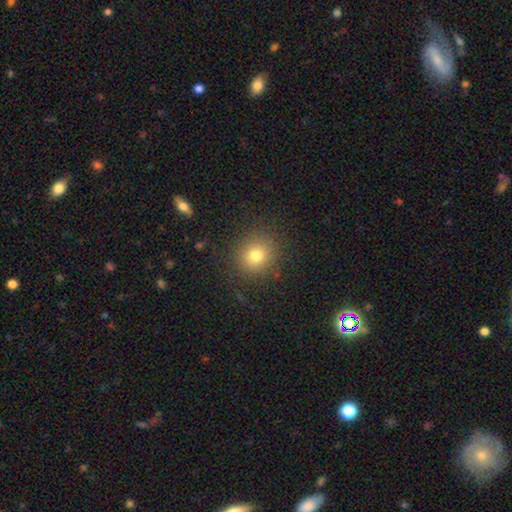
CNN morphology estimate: A smooth galaxy with no disk features (77%) that is round (86%). Merging: none (87%).